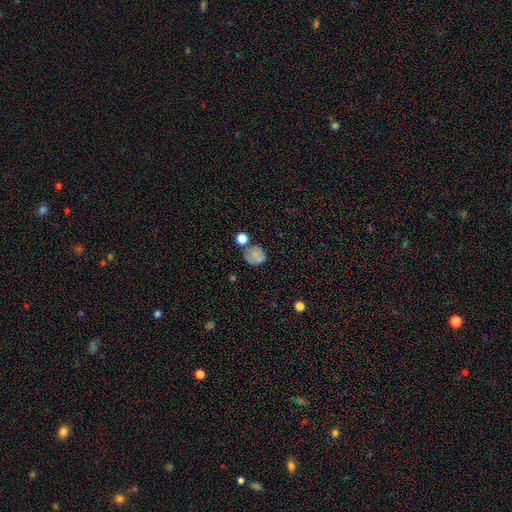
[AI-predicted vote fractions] A smooth galaxy with no disk features (70%) that is round (73%). Merging: none (50%).